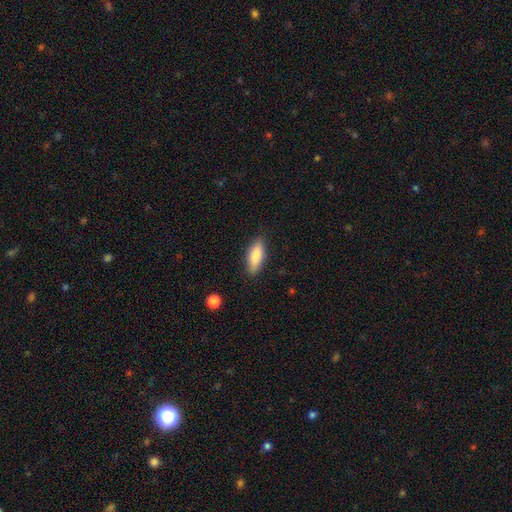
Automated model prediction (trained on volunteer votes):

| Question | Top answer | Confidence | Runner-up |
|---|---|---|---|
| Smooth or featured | smooth | 85% | featured or disk (9%) |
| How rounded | in between | 67% | cigar-shaped (31%) |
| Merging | none | 85% | minor disturbance (11%) |